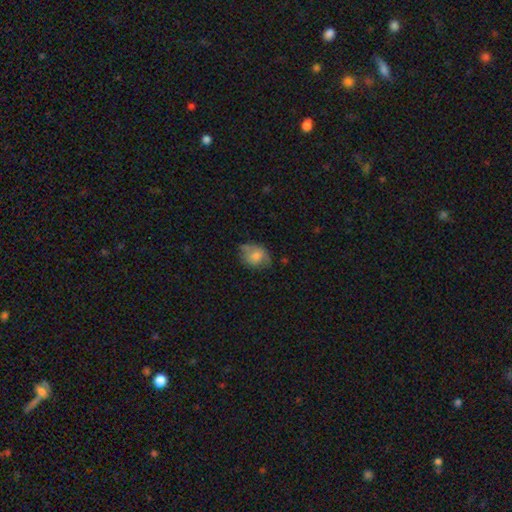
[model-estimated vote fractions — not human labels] Morphology: type=smooth (67%); roundness=in between (62%); merging=none (57%).